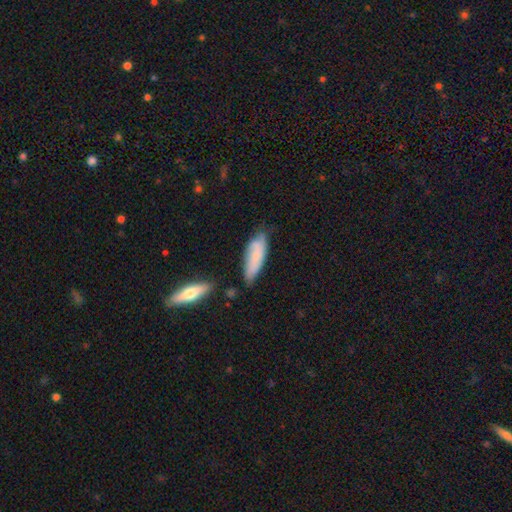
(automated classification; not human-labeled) Q: Smooth or featured?
A: smooth (67%); runner-up: featured or disk (27%)
Q: How rounded?
A: in between (53%); runner-up: cigar-shaped (45%)
Q: Merging?
A: none (59%); runner-up: minor disturbance (29%)